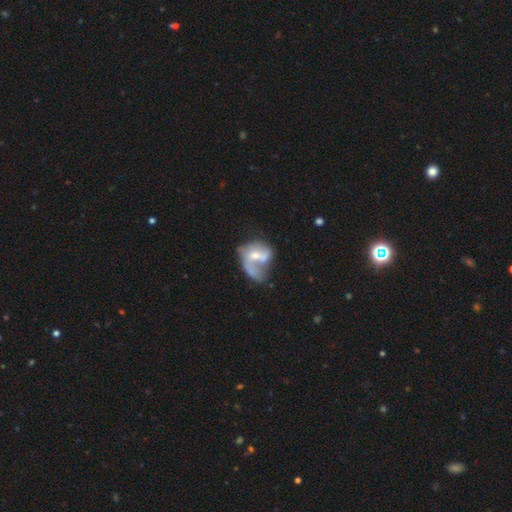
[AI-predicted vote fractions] Q: Smooth or featured?
A: featured or disk (57%); runner-up: smooth (35%)
Q: Edge-on disk?
A: no (97%); runner-up: yes (3%)
Q: Bar?
A: no (67%); runner-up: weak (27%)
Q: Spiral arms?
A: no (54%); runner-up: yes (46%)
Q: Bulge size?
A: moderate (53%); runner-up: small (34%)
Q: Merging?
A: merger (37%); runner-up: major disturbance (31%)